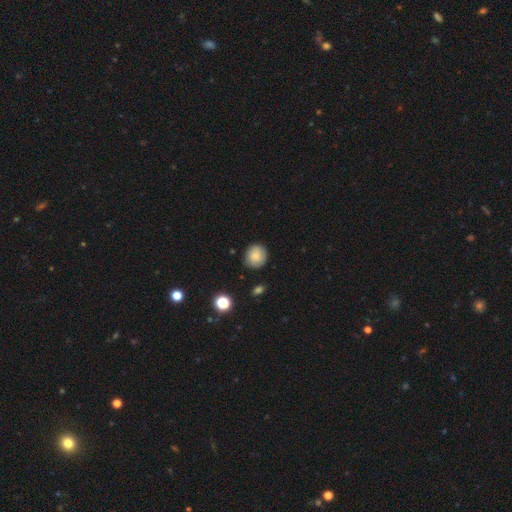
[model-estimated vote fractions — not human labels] smooth-or-featured: smooth: 81% | featured or disk: 10% | star or artifact: 9%
  how-rounded: round: 87% | in between: 12% | cigar-shaped: 1%
  merging: none: 84% | minor disturbance: 12% | major disturbance: 2% | merger: 2%